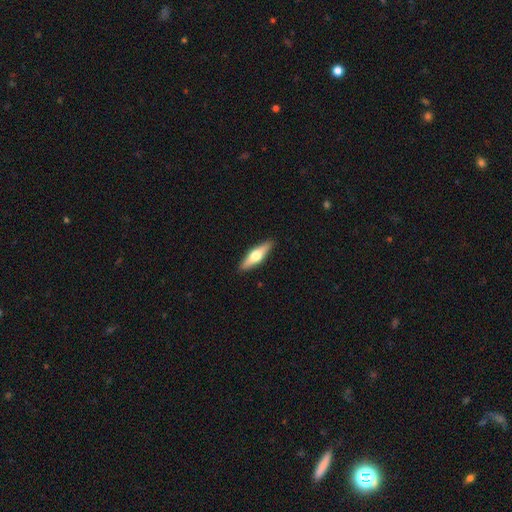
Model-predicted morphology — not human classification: type=featured or disk (49%); merging=none (90%).